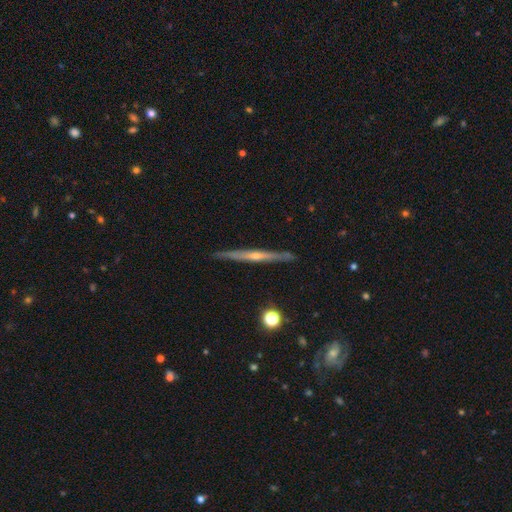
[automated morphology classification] Smooth or featured? featured or disk (73%)
Edge-on disk? yes (97%)
Edge-on bulge? rounded (66%)
Merging? none (89%)